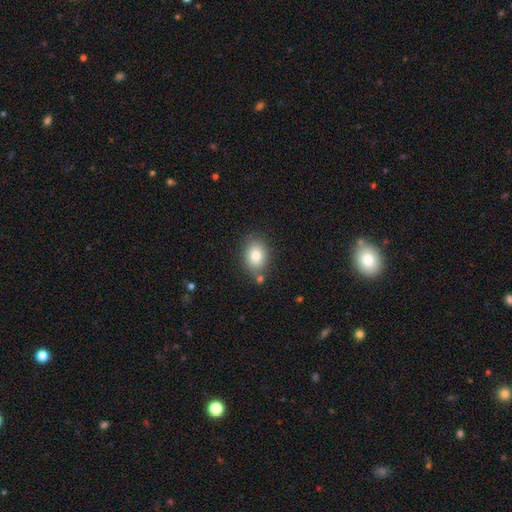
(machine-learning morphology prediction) This appears to be a smooth galaxy with no disk features (81%) that is in between round and cigar-shaped (68%). Merging: none (73%).